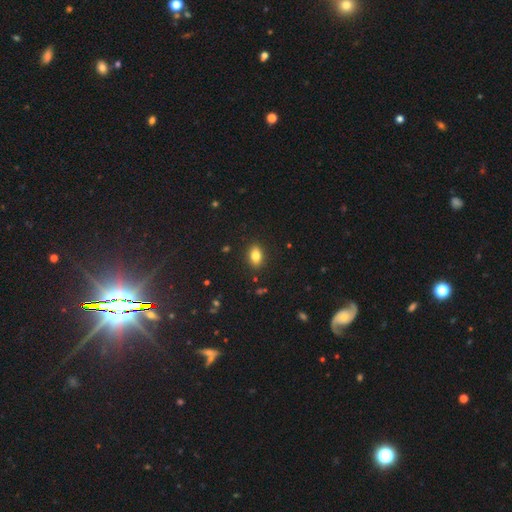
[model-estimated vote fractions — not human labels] Smooth or featured?
  - smooth: 82% *
  - star or artifact: 10%
  - featured or disk: 8%
How rounded?
  - in between: 85% *
  - round: 12%
  - cigar-shaped: 3%
Merging?
  - none: 88% *
  - minor disturbance: 8%
  - major disturbance: 2%
  - merger: 1%